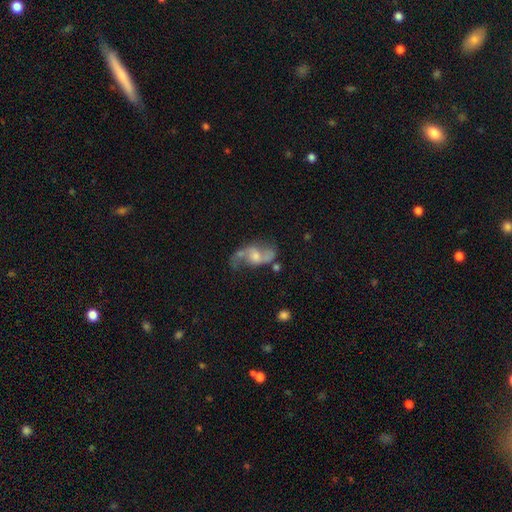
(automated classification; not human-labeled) The model was most divided on "bar": weak: 45%, no: 44%, strong: 11%. Remaining: edge-on disk — no (96%); spiral arms — yes (93%); spiral arm count — 2 (88%); smooth or featured — featured or disk (82%); spiral winding — loose (63%); merging — none (60%); bulge size — moderate (45%).